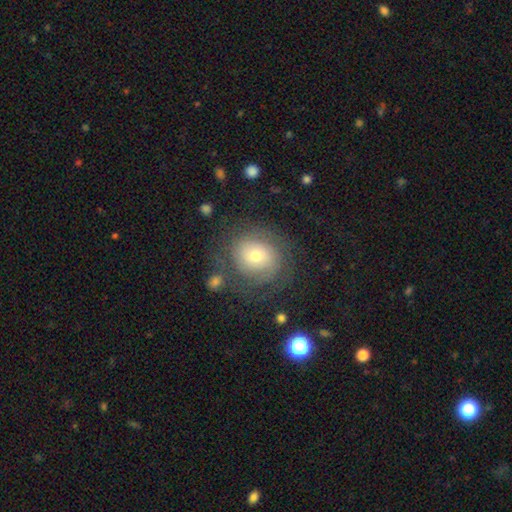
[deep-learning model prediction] Morphology: type=featured or disk (51%); edge-on=no (96%); merging=none (70%).